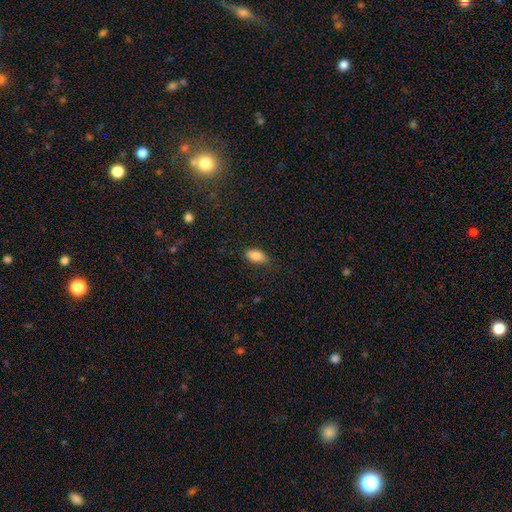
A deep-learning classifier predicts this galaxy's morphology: Smooth or featured? smooth (86%)
How rounded? in between (90%)
Merging? none (83%)